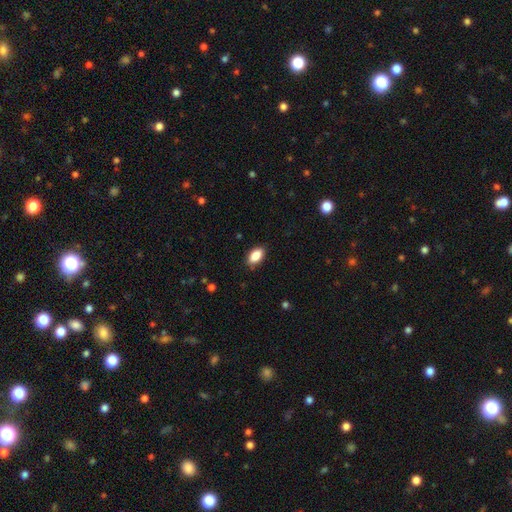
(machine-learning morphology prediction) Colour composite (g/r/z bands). It shows a smooth galaxy with no disk features (87%) that is in between round and cigar-shaped (91%). Merging: none (84%).